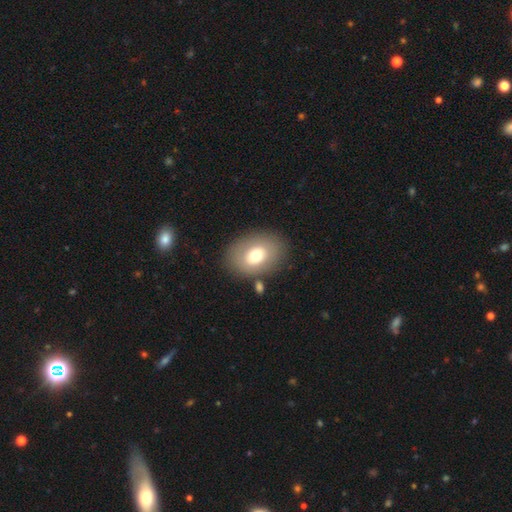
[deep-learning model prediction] Smooth or featured? Predicted: smooth (p=0.71). How rounded? Predicted: in between (p=0.76). Merging? Predicted: none (p=0.80).